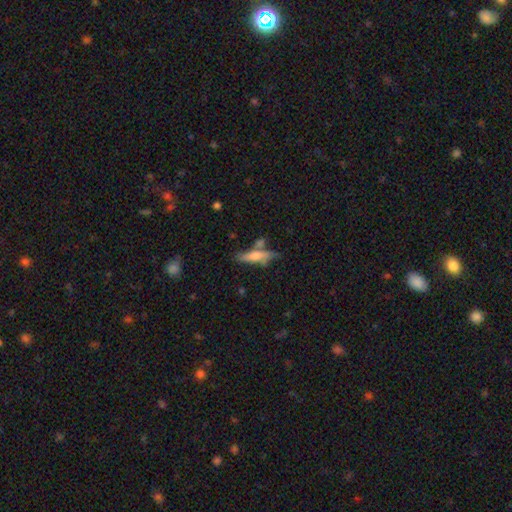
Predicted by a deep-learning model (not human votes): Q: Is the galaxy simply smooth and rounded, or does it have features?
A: smooth — 55%.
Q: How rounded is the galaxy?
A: cigar-shaped — 73%.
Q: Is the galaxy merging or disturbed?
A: none — 58%.